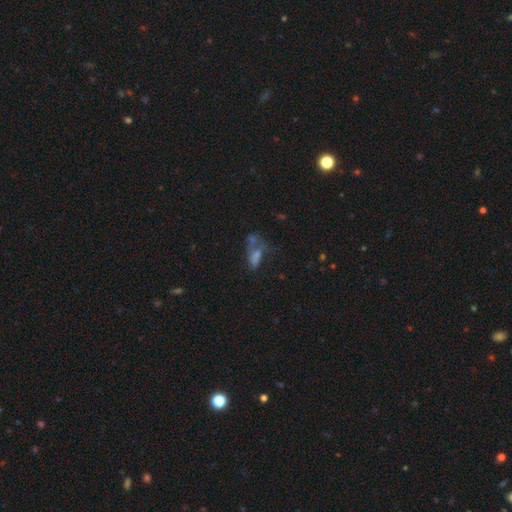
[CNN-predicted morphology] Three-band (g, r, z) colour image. It shows a smooth galaxy with no disk features (45%). Merging: merger (30%).